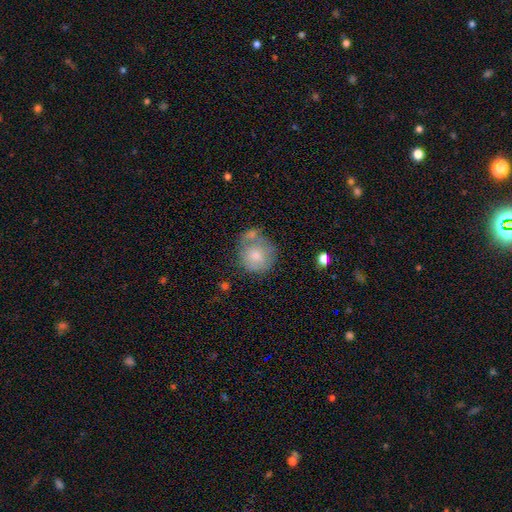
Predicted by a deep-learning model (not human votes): The model was most divided on "merging": none: 44%, merger: 25%, minor disturbance: 21%, major disturbance: 9%. More confident: how rounded — round (88%); smooth or featured — smooth (69%).